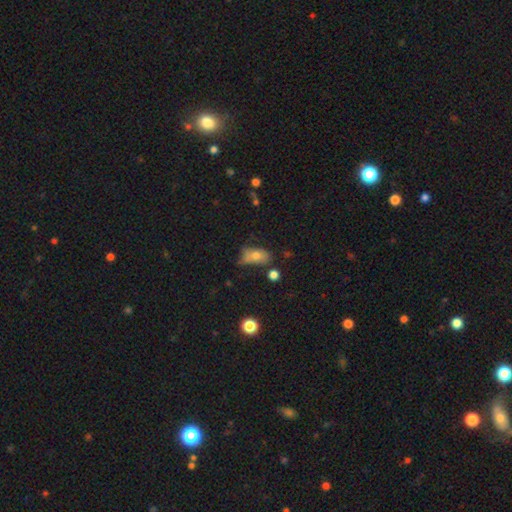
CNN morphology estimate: Q: Smooth or featured?
A: smooth (64%); runner-up: featured or disk (23%)
Q: How rounded?
A: in between (85%); runner-up: round (10%)
Q: Merging?
A: none (39%); runner-up: minor disturbance (35%)